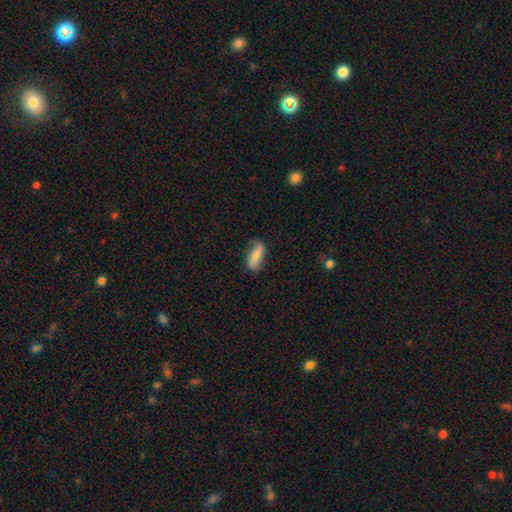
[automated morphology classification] Smooth or featured: smooth — 65% (featured or disk — 28%)
How rounded: in between — 70% (cigar-shaped — 27%)
Merging: none — 76% (minor disturbance — 18%)